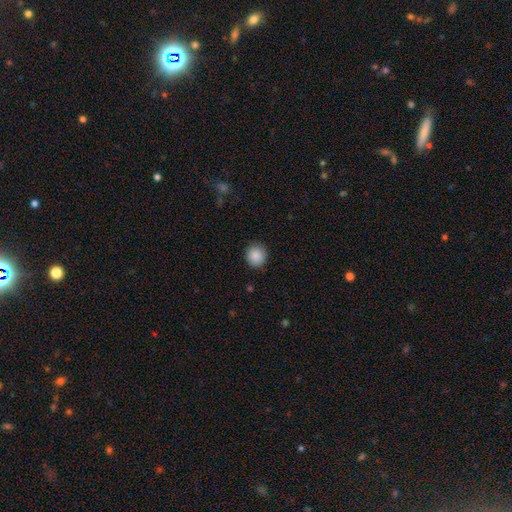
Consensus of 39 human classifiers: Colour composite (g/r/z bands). It shows a smooth galaxy with no disk features (87%) that is round (79%). Merging: none (86%).